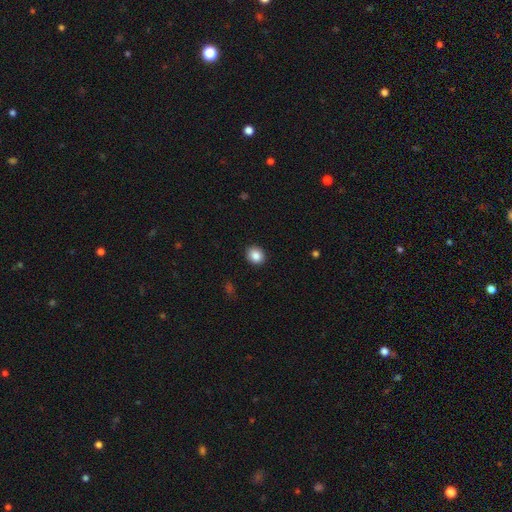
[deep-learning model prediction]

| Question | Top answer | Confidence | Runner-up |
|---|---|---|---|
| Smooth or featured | smooth | 87% | star or artifact (9%) |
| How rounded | round | 70% | in between (29%) |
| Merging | none | 90% | minor disturbance (7%) |